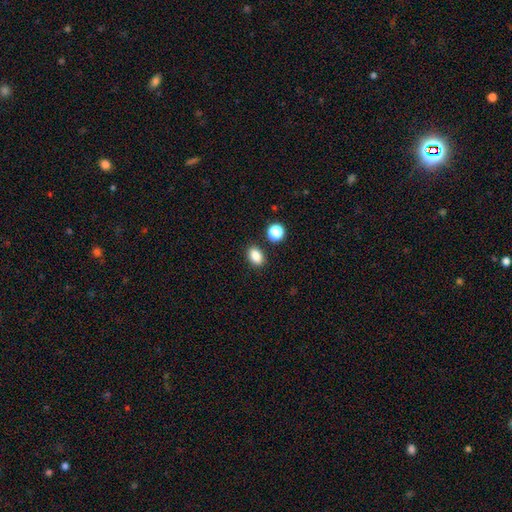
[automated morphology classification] The model was most divided on "how rounded": in between: 79%, round: 19%, cigar-shaped: 2%. More confident: smooth or featured — smooth (85%); merging — none (85%).